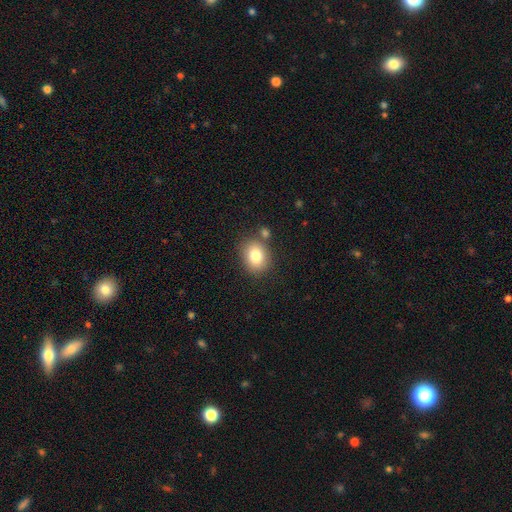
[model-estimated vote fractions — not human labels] Overall: smooth (81%). How rounded: in between (51%; round 48%). Merging: none (75%).